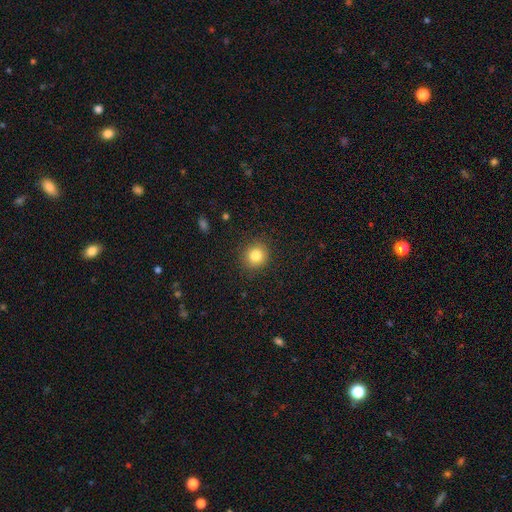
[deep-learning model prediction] This is clearly a smooth galaxy (83%). How rounded: clearly round (89%). Merging: clearly none (89%).